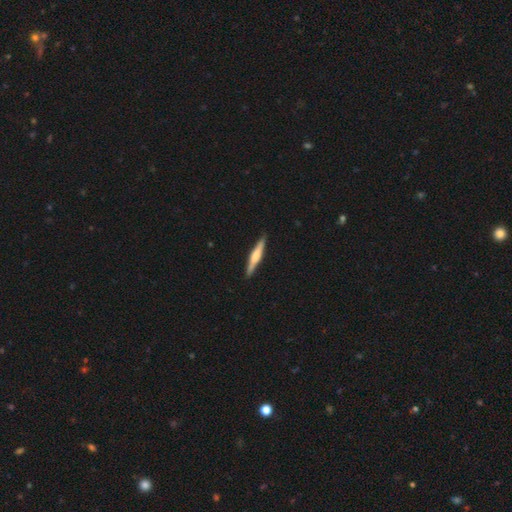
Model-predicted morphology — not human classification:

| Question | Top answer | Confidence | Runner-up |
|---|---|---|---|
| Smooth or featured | featured or disk | 59% | smooth (36%) |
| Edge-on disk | yes | 98% | no (2%) |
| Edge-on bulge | rounded | 65% | boxy (25%) |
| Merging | none | 91% | minor disturbance (6%) |